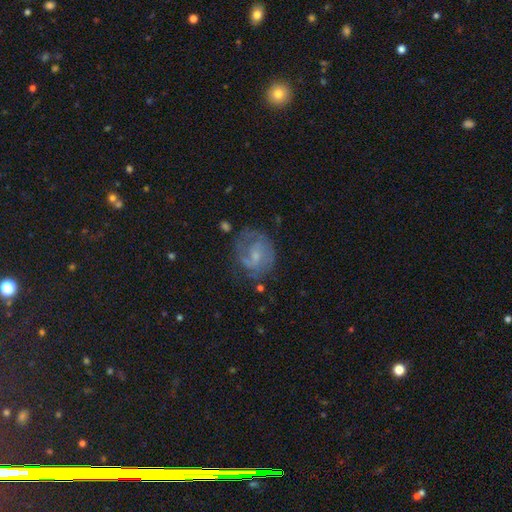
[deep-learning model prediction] Smooth or featured? featured or disk (70%)
Edge-on disk? no (98%)
Bar? weak (51%)
Spiral arms? yes (84%)
Spiral winding? medium (45%)
Spiral arm count? 2 (55%)
Bulge size? small (59%)
Merging? none (59%)